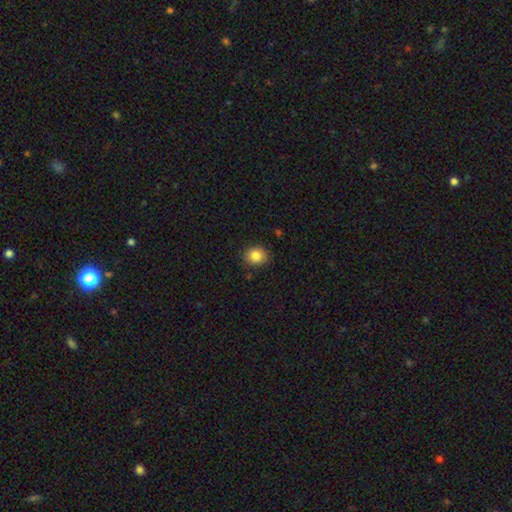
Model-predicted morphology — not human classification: type=smooth (85%); roundness=round (75%); merging=none (88%).